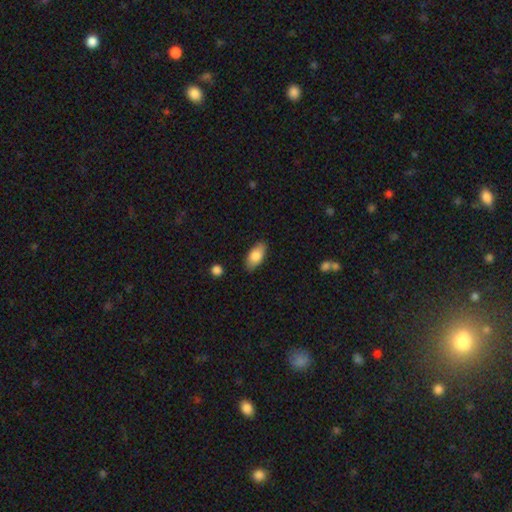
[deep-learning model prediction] Smooth or featured?
  - smooth: 81% *
  - featured or disk: 13%
  - star or artifact: 6%
How rounded?
  - in between: 90% *
  - cigar-shaped: 7%
  - round: 3%
Merging?
  - none: 85% *
  - minor disturbance: 11%
  - major disturbance: 2%
  - merger: 1%